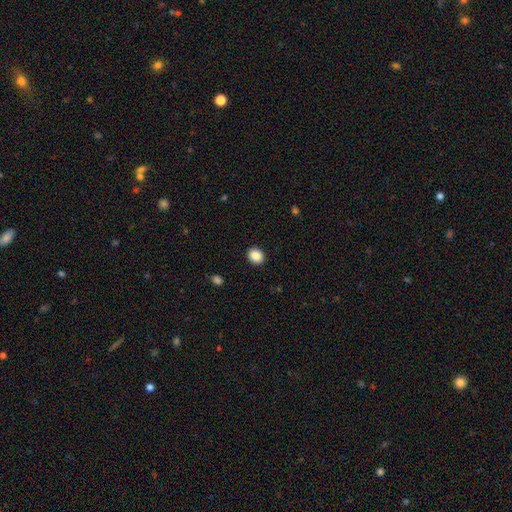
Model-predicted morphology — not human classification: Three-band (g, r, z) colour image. It shows a smooth galaxy with no disk features (88%) that is round (62%). Merging: none (91%).